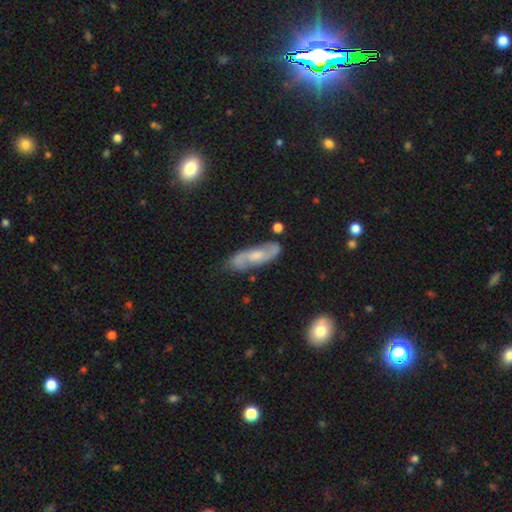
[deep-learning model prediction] featured or disk 70%, smooth 24%, star or artifact 6%. Down the decision tree: edge-on disk — no (85%); bar — no (52%); spiral arms — yes (89%); spiral arm count — 2 (85%); spiral winding — medium (49%); bulge size — moderate (52%); merging — none (77%).